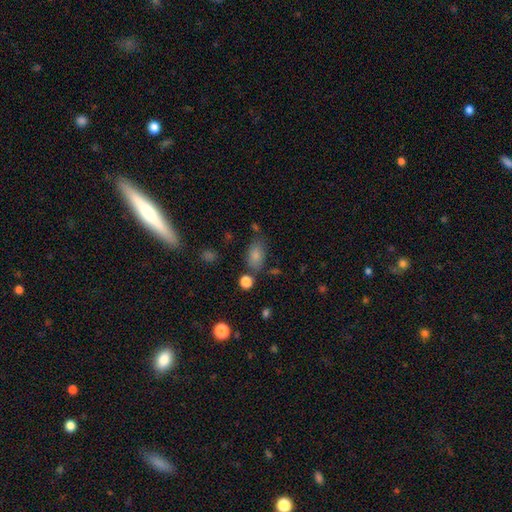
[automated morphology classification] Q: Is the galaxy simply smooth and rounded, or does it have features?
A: smooth — 80%.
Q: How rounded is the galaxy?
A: in between — 88%.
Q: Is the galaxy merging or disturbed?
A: none — 67%.